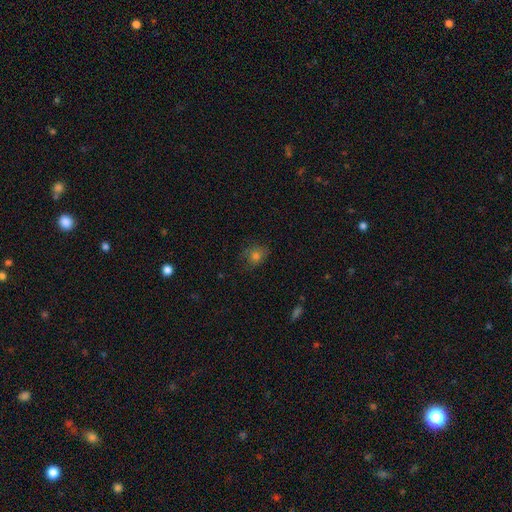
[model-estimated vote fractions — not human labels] Smooth or featured? Predicted: smooth (p=0.71). How rounded? Predicted: round (p=0.57). Merging? Predicted: none (p=0.66).